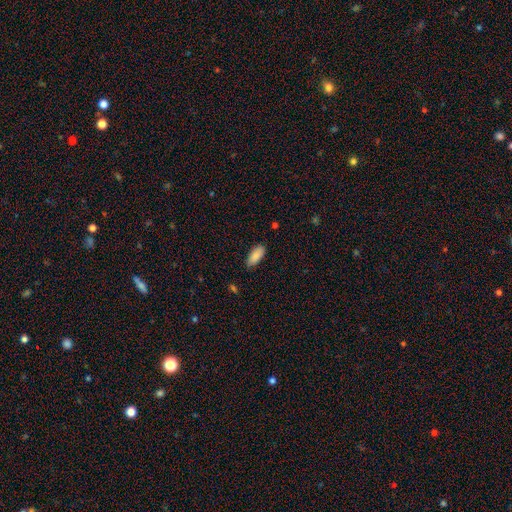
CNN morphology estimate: Smooth or featured: smooth — 88% (star or artifact — 6%)
How rounded: in between — 87% (cigar-shaped — 11%)
Merging: none — 83% (minor disturbance — 14%)